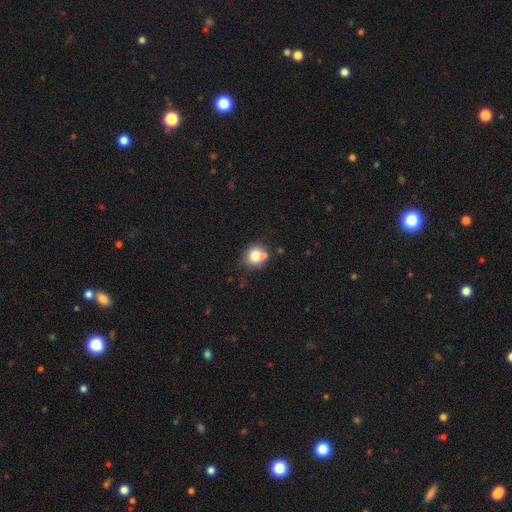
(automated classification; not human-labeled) Smooth or featured? smooth (78%)
How rounded? round (73%)
Merging? none (55%)